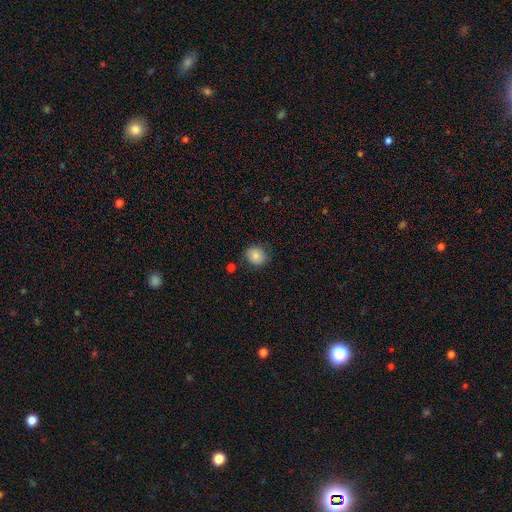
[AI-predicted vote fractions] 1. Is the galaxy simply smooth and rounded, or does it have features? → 83% smooth, 9% star or artifact, 8% featured or disk.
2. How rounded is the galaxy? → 78% round, 21% in between, 1% cigar-shaped.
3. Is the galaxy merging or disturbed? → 82% none, 13% minor disturbance, 3% major disturbance, 2% merger.